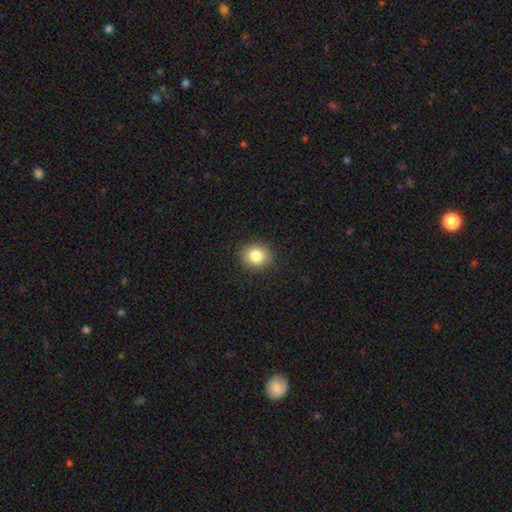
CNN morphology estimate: Smooth or featured? Predicted: smooth (p=0.84). How rounded? Predicted: round (p=0.72). Merging? Predicted: none (p=0.89).